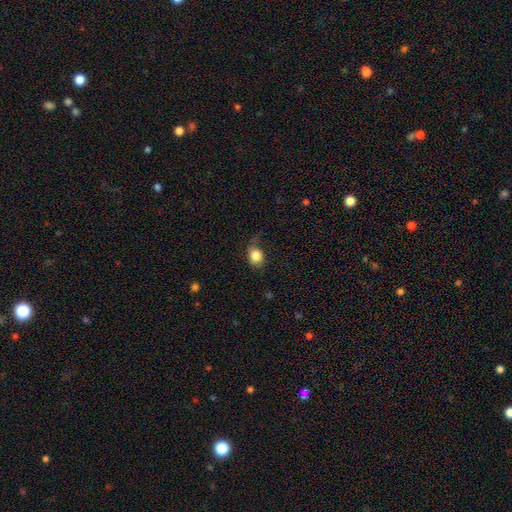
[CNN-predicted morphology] Smooth or featured: smooth — 83% (star or artifact — 9%)
How rounded: round — 56% (in between — 43%)
Merging: none — 54% (minor disturbance — 28%)